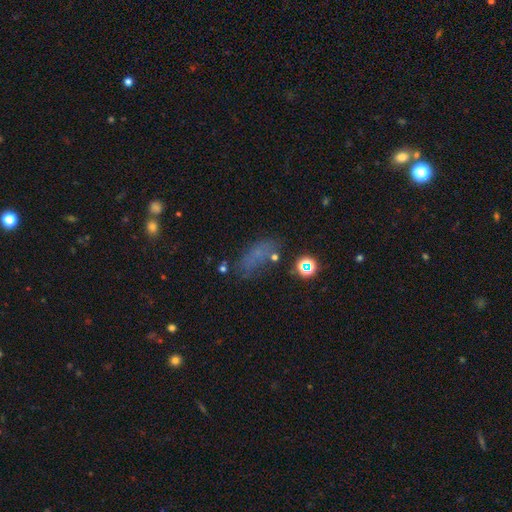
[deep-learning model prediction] Smooth or featured: smooth — 54% (star or artifact — 29%)
How rounded: in between — 71% (cigar-shaped — 18%)
Merging: none — 57% (minor disturbance — 21%)